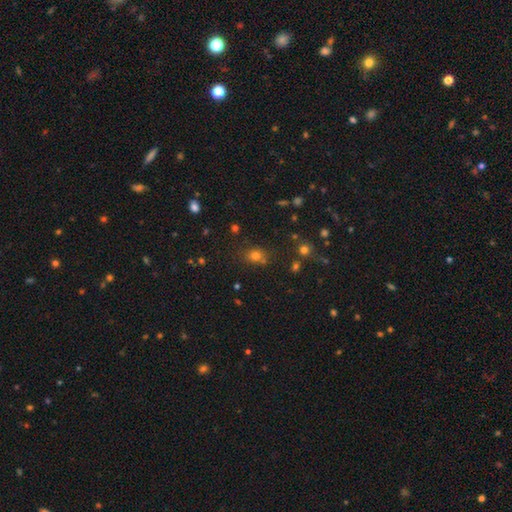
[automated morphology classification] A smooth galaxy with no disk features (69%) that is round (62%). Merging: none (72%).